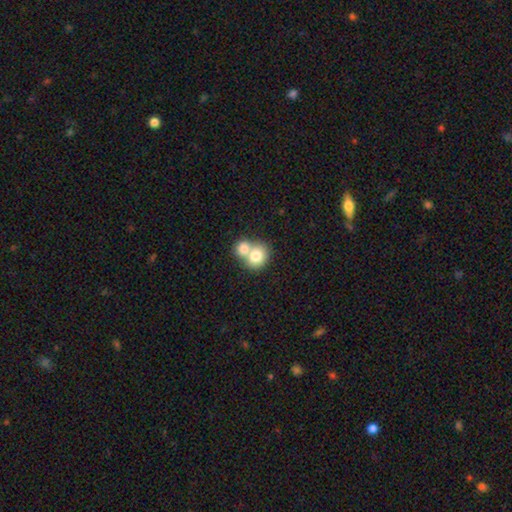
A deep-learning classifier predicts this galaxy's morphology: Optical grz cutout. It shows a smooth galaxy with no disk features (76%) that is round (68%). Merging: merger (64%).